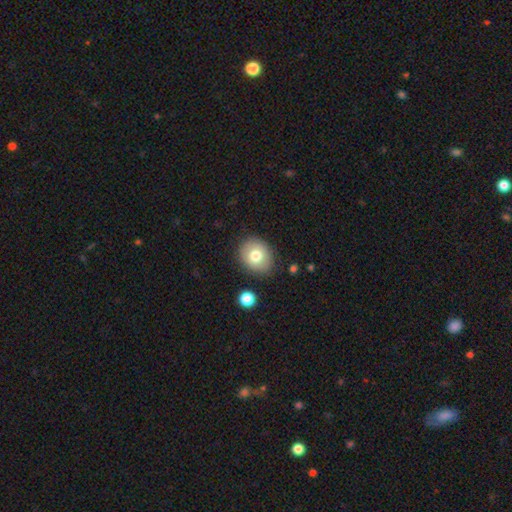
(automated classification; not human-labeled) smooth 75%, featured or disk 16%, star or artifact 9%. Down the decision tree: how rounded — round (62%); merging — none (84%).